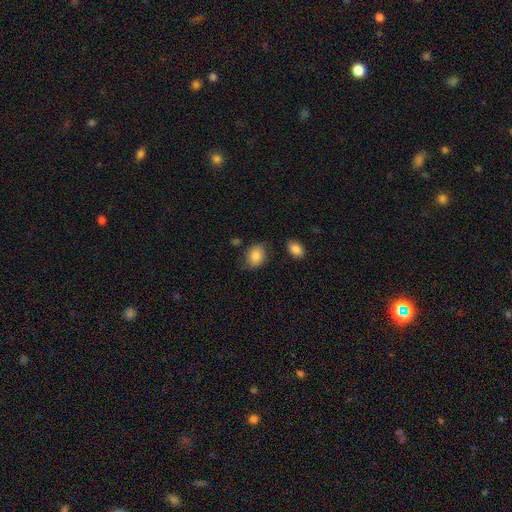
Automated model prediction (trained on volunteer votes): The model was most divided on "how rounded": in between: 60%, round: 39%, cigar-shaped: 1%. More confident: smooth or featured — smooth (83%); merging — none (71%).